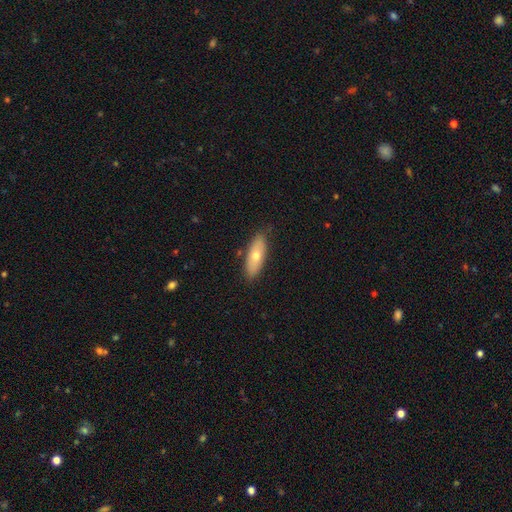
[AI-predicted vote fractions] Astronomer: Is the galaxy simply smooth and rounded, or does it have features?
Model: smooth — 64%.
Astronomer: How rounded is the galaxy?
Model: in between — 65%.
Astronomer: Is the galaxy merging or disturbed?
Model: none — 84%.